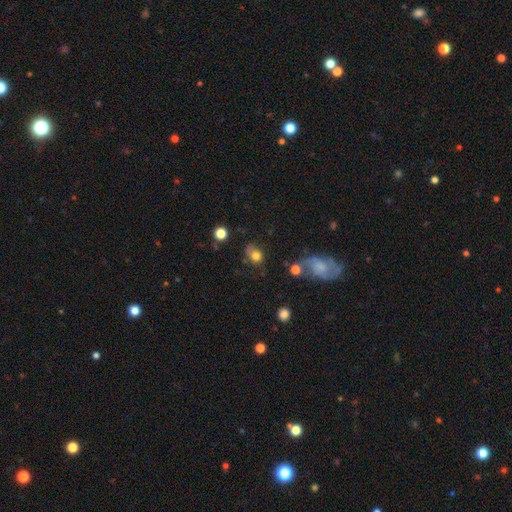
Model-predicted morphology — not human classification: type=smooth (76%); roundness=round (50%); merging=none (46%).